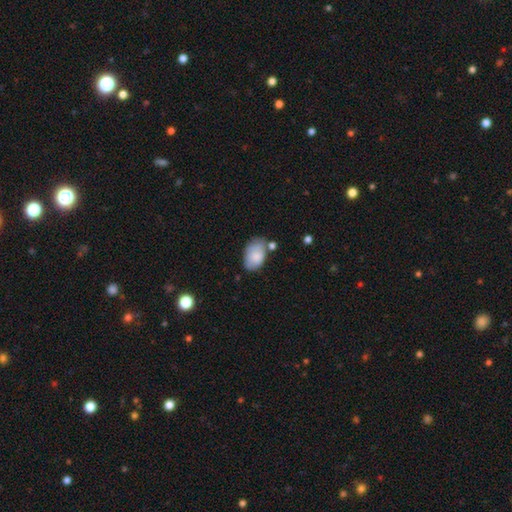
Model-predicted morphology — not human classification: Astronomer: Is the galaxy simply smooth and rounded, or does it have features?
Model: smooth — 79%.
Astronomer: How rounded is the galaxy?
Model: in between — 90%.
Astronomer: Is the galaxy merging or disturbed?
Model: none — 54%.